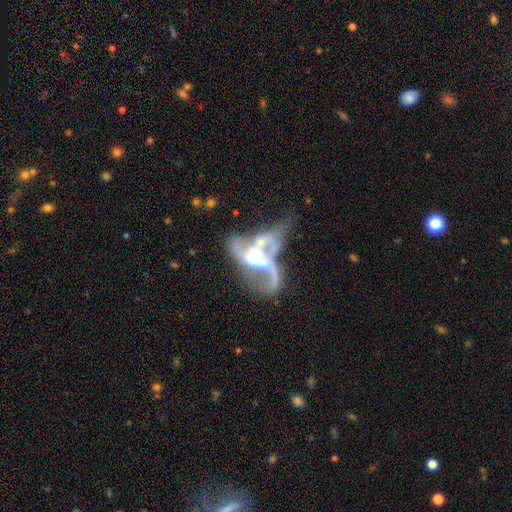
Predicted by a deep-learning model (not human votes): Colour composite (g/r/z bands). It shows a featured or disk galaxy (81%) with no bar (58%), 2 (56%) loose (64%) spiral arms (78%) and a moderate central bulge (59%). Merging: merger (62%).